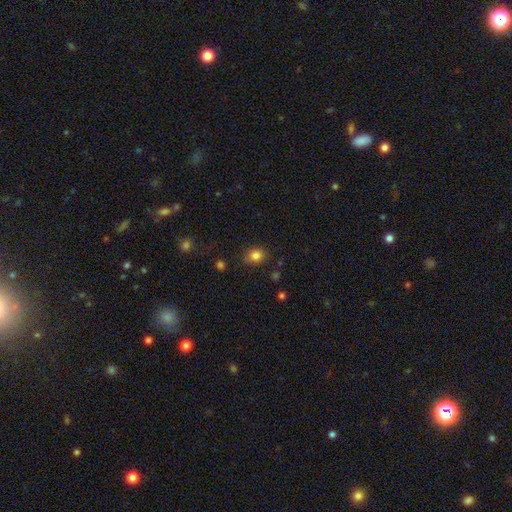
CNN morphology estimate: Overall: smooth (82%). How rounded: round (74%). Merging: none (80%).